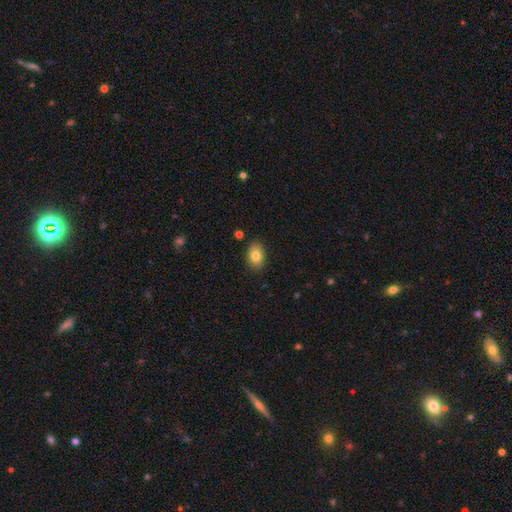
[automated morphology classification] Smooth or featured?
  - smooth: 81% *
  - featured or disk: 11%
  - star or artifact: 9%
How rounded?
  - in between: 79% *
  - round: 20%
  - cigar-shaped: 1%
Merging?
  - none: 86% *
  - minor disturbance: 10%
  - major disturbance: 2%
  - merger: 2%